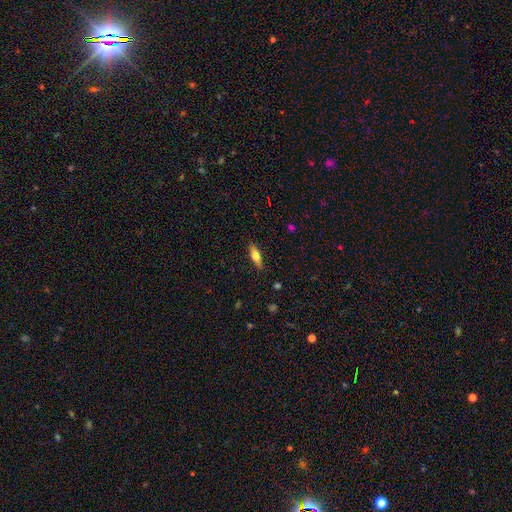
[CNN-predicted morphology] This is likely a smooth galaxy (60%). How rounded: possibly in between (51%). Merging: clearly none (88%).